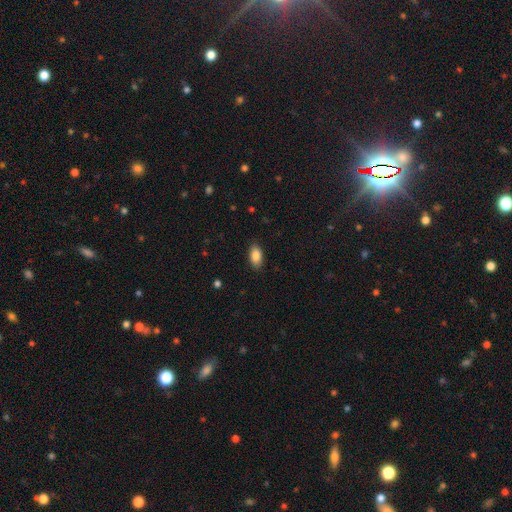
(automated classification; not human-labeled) Smooth or featured? Predicted: smooth (p=0.87). How rounded? Predicted: in between (p=0.92). Merging? Predicted: none (p=0.88).